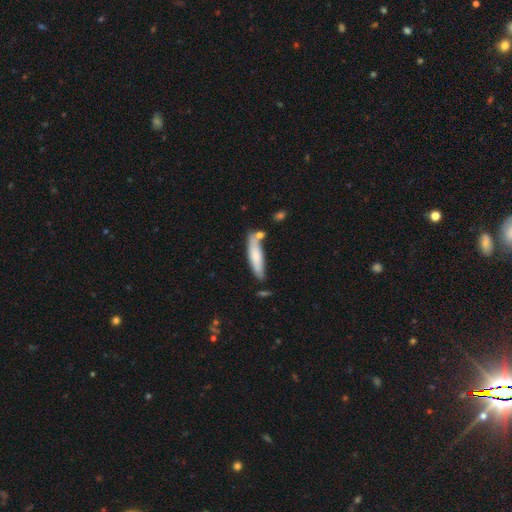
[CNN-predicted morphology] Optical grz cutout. It shows a smooth galaxy with no disk features (70%) that is cigar-shaped (80%). Merging: none (69%).